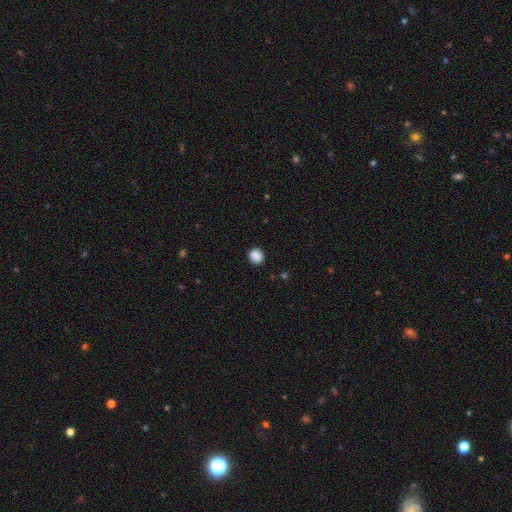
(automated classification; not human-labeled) smooth_or_featured: smooth (p=0.88) [alt: star or artifact p=0.09]
how_rounded: round (p=0.67) [alt: in between p=0.32]
merging: none (p=0.88) [alt: minor disturbance p=0.08]